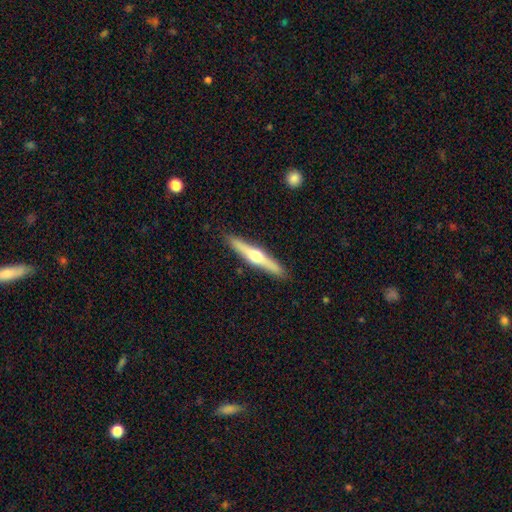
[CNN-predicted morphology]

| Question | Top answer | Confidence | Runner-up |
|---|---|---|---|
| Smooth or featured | featured or disk | 64% | smooth (31%) |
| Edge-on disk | yes | 97% | no (3%) |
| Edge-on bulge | rounded | 94% | none (3%) |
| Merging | none | 91% | minor disturbance (7%) |